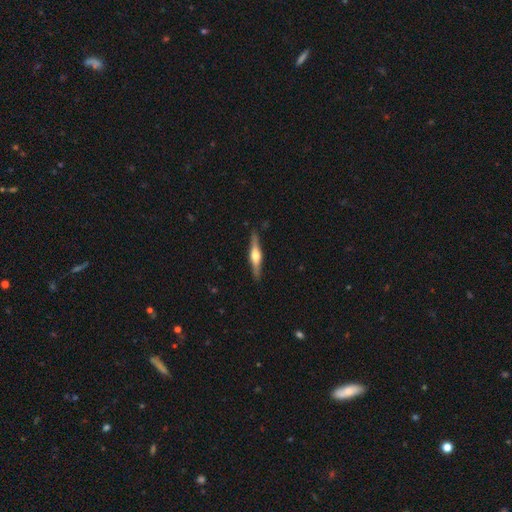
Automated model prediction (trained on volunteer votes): This is likely a featured or disk galaxy (70%). It is clearly viewed edge-on (97%). Edge-on bulge: clearly rounded (92%). Merging: clearly none (89%).